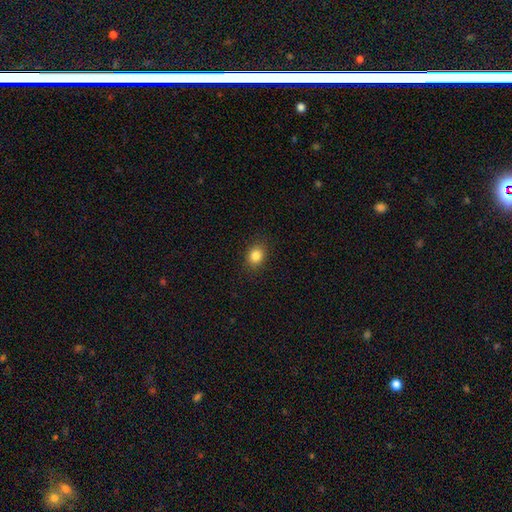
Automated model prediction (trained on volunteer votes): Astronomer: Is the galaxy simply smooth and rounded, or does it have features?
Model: smooth — 84%.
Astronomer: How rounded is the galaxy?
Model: in between — 53% (runner-up: round, 46%).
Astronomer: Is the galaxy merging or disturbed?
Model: none — 88%.